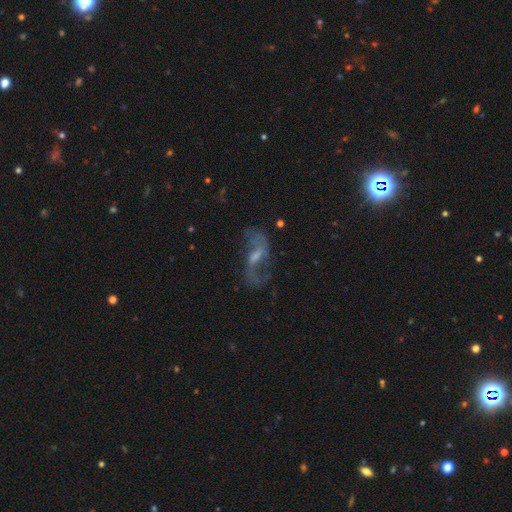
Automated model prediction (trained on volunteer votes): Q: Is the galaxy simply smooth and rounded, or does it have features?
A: featured or disk — 80%.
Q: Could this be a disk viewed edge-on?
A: no — 94%.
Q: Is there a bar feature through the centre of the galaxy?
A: weak — 54%.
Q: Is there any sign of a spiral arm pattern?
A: yes — 90%.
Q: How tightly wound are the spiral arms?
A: loose — 76%.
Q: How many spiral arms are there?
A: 2 — 89%.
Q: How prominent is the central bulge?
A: moderate — 38%.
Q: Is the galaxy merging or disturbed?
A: none — 66%.